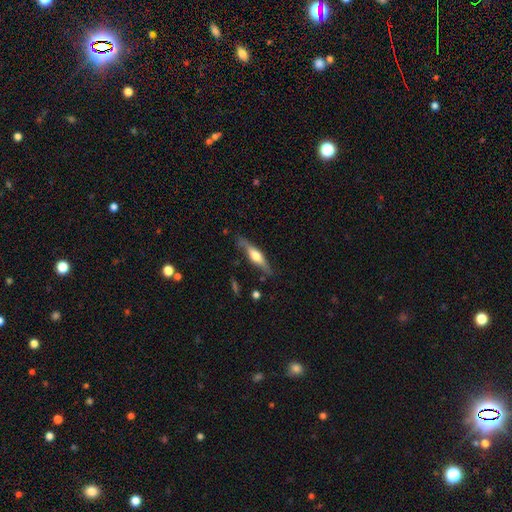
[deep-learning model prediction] featured or disk 62%, smooth 32%, star or artifact 5%. Down the decision tree: edge-on disk — yes (93%); edge-on bulge — rounded (88%); merging — none (78%).